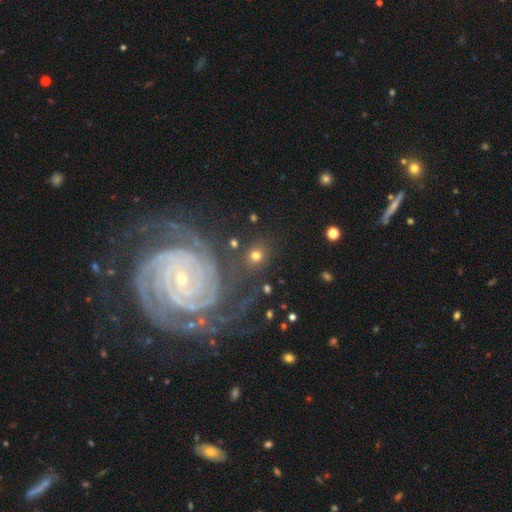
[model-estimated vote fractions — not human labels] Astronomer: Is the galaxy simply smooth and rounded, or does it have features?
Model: smooth — 62%.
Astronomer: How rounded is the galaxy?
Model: round — 83%.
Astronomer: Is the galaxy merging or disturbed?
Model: none — 82%.